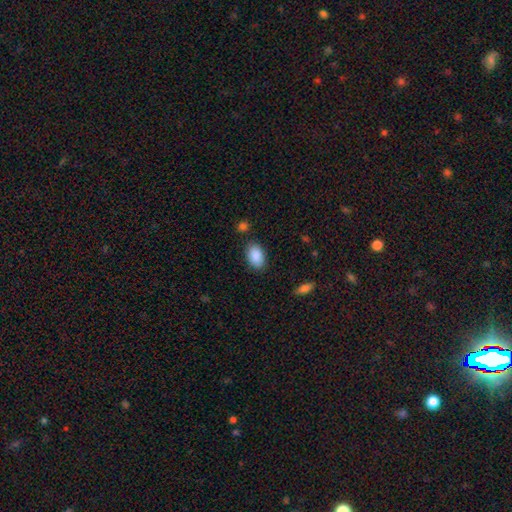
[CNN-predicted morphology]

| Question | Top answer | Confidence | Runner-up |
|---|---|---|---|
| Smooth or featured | smooth | 90% | star or artifact (6%) |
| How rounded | in between | 93% | round (6%) |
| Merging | none | 83% | minor disturbance (11%) |